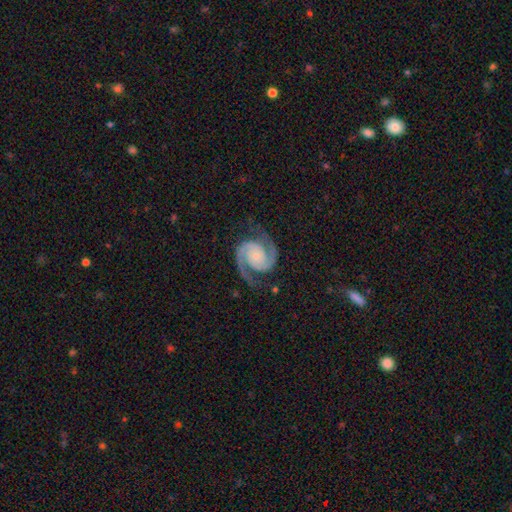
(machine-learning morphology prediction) Smooth or featured? Predicted: featured or disk (p=0.94). Edge-on disk? Predicted: no (p=0.98). Bar? Predicted: no (p=0.71). Spiral arms? Predicted: yes (p=0.99). Spiral winding? Predicted: medium (p=0.52). Spiral arm count? Predicted: 2 (p=0.95). Bulge size? Predicted: small (p=0.64). Merging? Predicted: none (p=0.82).